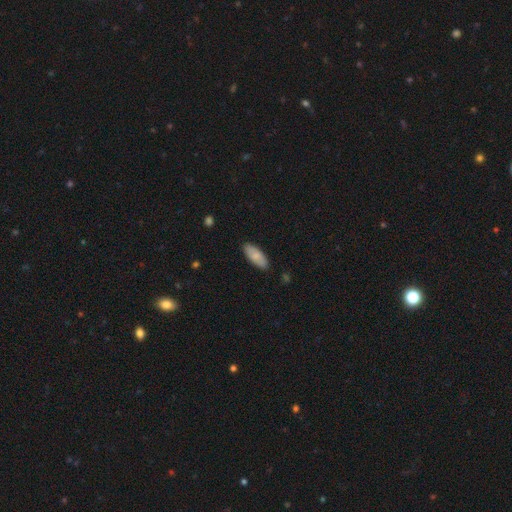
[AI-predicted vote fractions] This is clearly a smooth galaxy (82%). How rounded: clearly in between (81%). Merging: clearly none (87%).